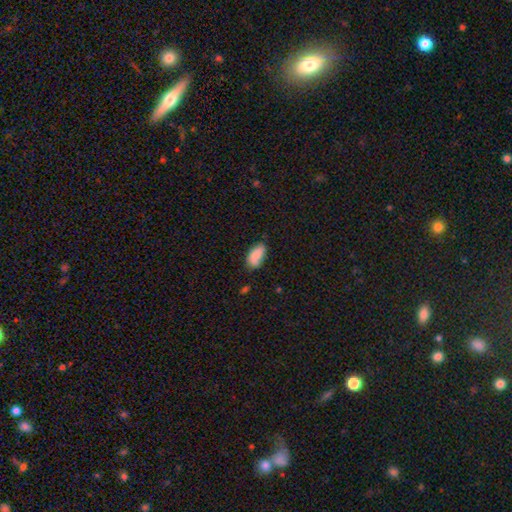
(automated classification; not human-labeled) Smooth or featured? Predicted: smooth (p=0.81). How rounded? Predicted: in between (p=0.93). Merging? Predicted: none (p=0.63).